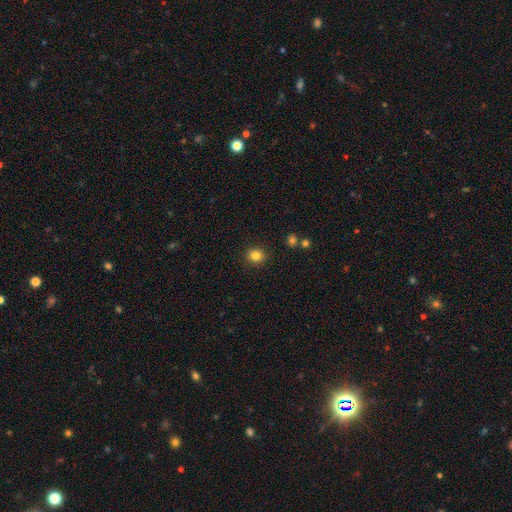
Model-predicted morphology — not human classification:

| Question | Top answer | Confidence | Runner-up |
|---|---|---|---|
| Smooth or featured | smooth | 83% | star or artifact (11%) |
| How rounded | round | 84% | in between (15%) |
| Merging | none | 91% | minor disturbance (6%) |